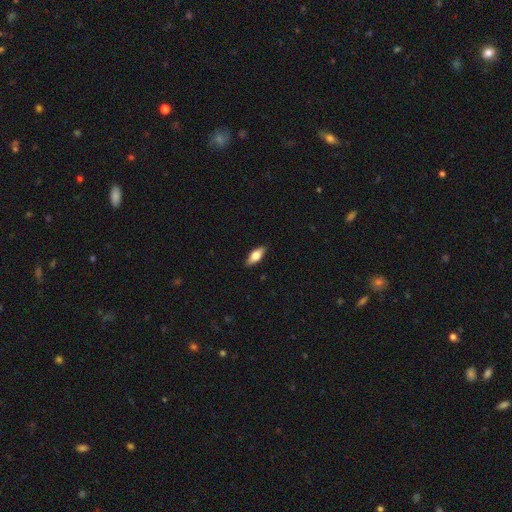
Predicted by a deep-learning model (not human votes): smooth-or-featured: smooth: 68% | featured or disk: 26% | star or artifact: 6%
  how-rounded: in between: 76% | cigar-shaped: 22% | round: 3%
  merging: none: 89% | minor disturbance: 9% | major disturbance: 2% | merger: 1%